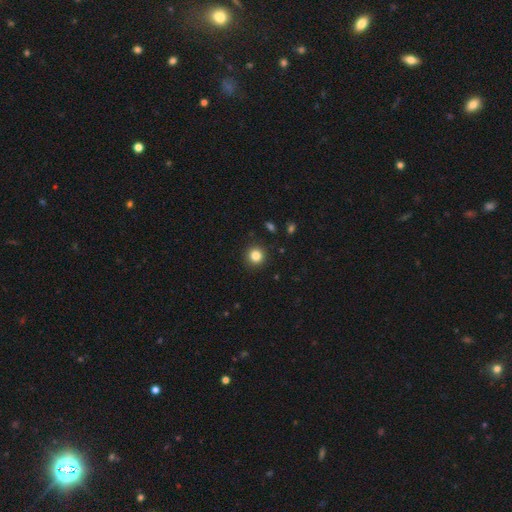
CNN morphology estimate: Overall: smooth (83%). How rounded: round (94%). Merging: none (92%).